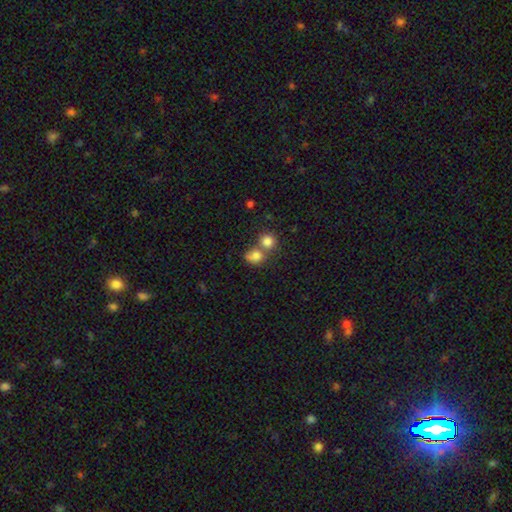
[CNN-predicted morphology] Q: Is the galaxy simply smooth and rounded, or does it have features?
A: smooth — 78%.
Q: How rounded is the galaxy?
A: round — 71%.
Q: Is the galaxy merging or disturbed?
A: merger — 50%.